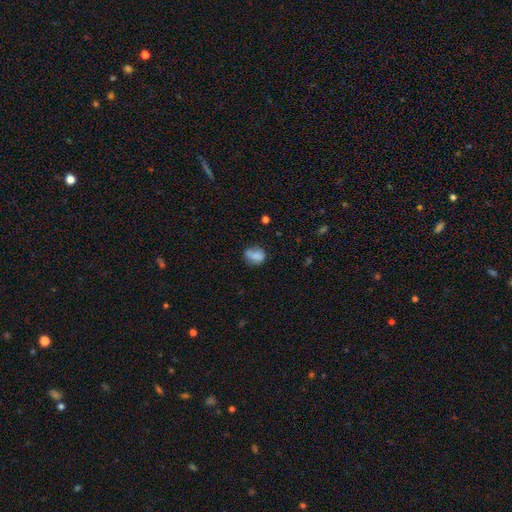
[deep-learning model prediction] Overall: smooth (76%). How rounded: in between (61%; round 37%). Merging: none (53%; minor disturbance 31%).